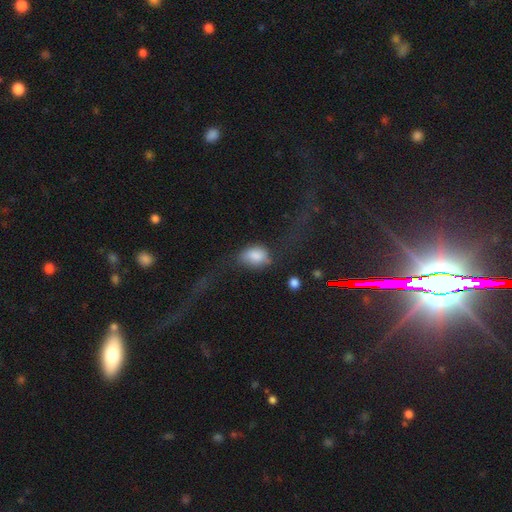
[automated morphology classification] Smooth or featured?
  - smooth: 79% *
  - featured or disk: 13%
  - star or artifact: 8%
How rounded?
  - in between: 78% *
  - round: 20%
  - cigar-shaped: 2%
Merging?
  - major disturbance: 39% *
  - none: 30%
  - minor disturbance: 23%
  - merger: 7%